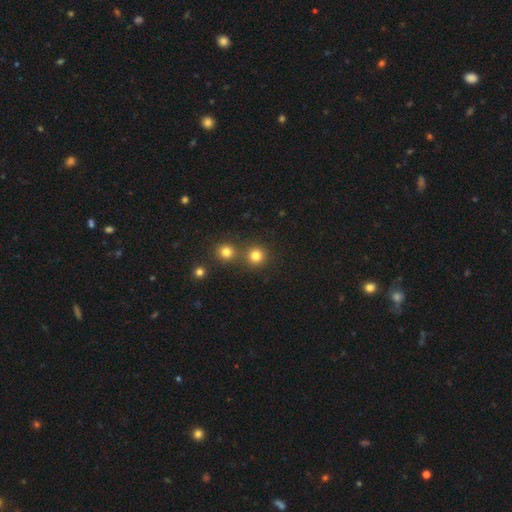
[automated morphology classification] This is likely a smooth galaxy (80%). How rounded: clearly round (93%). Merging: likely none (74%).